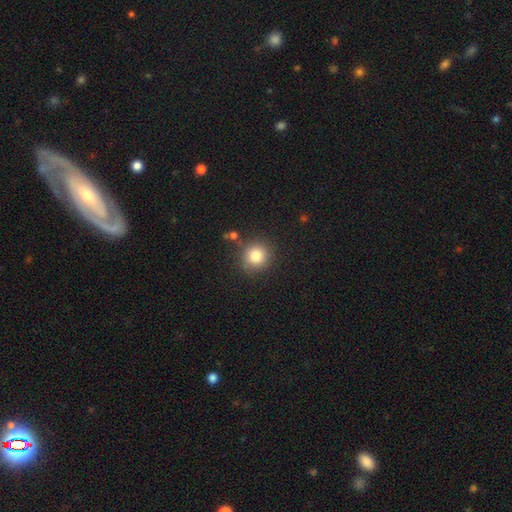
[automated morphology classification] Overall: smooth (81%). How rounded: round (91%). Merging: none (82%).